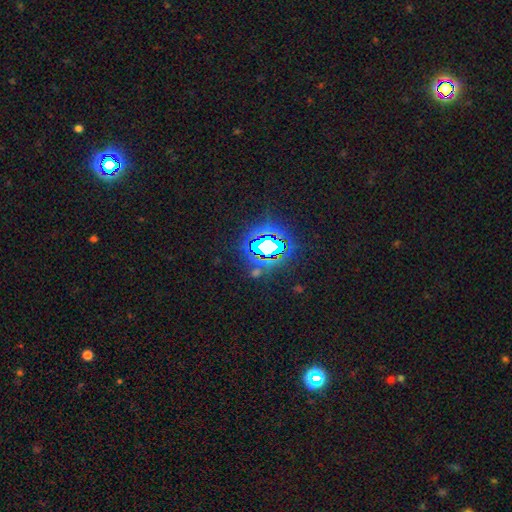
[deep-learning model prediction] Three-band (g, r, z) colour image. It shows a star or artifact, not a galaxy (83%).